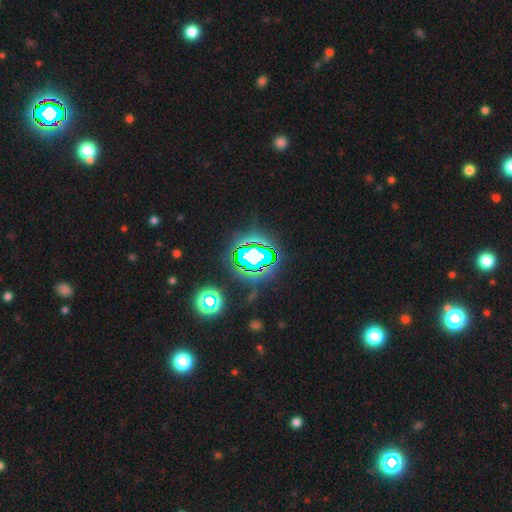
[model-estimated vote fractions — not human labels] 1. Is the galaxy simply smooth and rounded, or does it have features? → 74% star or artifact, 14% smooth, 12% featured or disk.